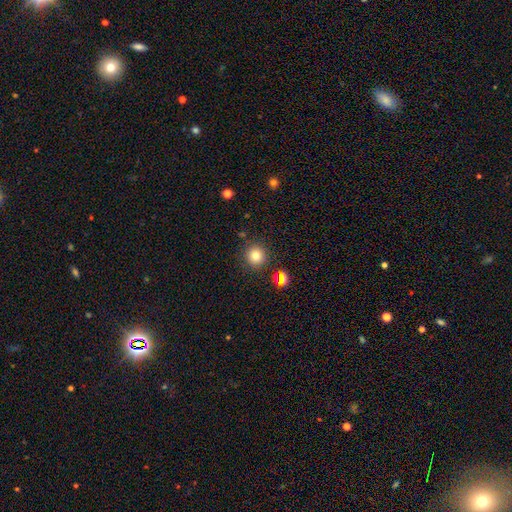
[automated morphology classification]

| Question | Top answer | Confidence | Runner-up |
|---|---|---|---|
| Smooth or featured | smooth | 79% | star or artifact (14%) |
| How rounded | round | 94% | in between (5%) |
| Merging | none | 87% | minor disturbance (7%) |